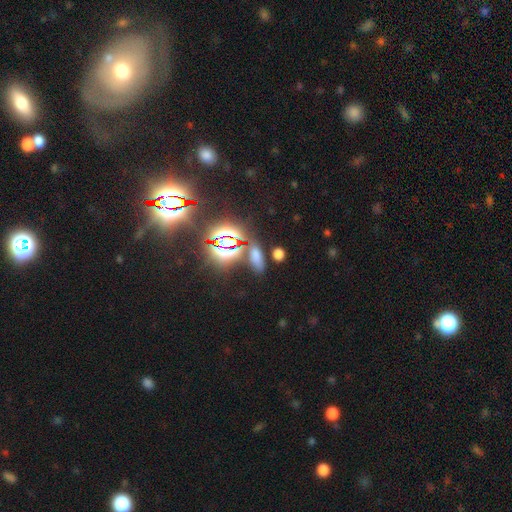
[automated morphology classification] Smooth or featured?
  - smooth: 56% *
  - star or artifact: 36%
  - featured or disk: 8%
How rounded?
  - in between: 70% *
  - cigar-shaped: 20%
  - round: 10%
Merging?
  - none: 78% *
  - minor disturbance: 10%
  - merger: 7%
  - major disturbance: 5%